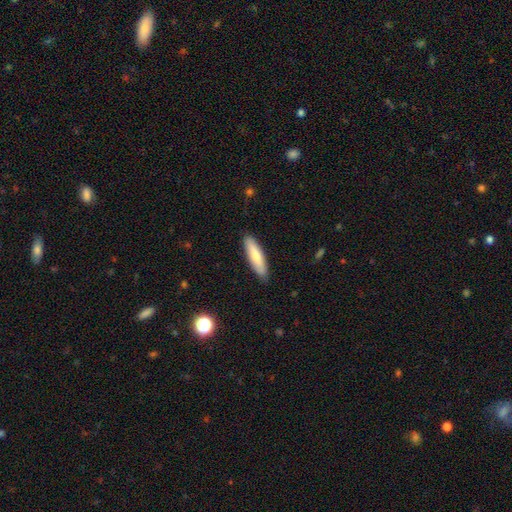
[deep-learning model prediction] This is likely a smooth galaxy (70%). How rounded: likely cigar-shaped (69%). Merging: clearly none (87%).